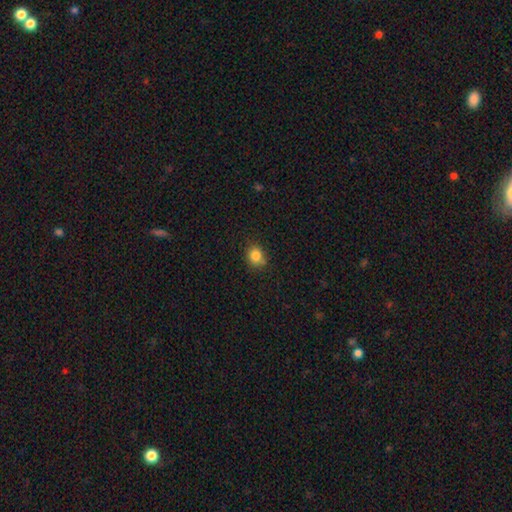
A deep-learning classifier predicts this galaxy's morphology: Smooth or featured?
  - smooth: 84% *
  - star or artifact: 11%
  - featured or disk: 5%
How rounded?
  - round: 71% *
  - in between: 28%
  - cigar-shaped: 1%
Merging?
  - none: 76% *
  - minor disturbance: 18%
  - major disturbance: 4%
  - merger: 2%